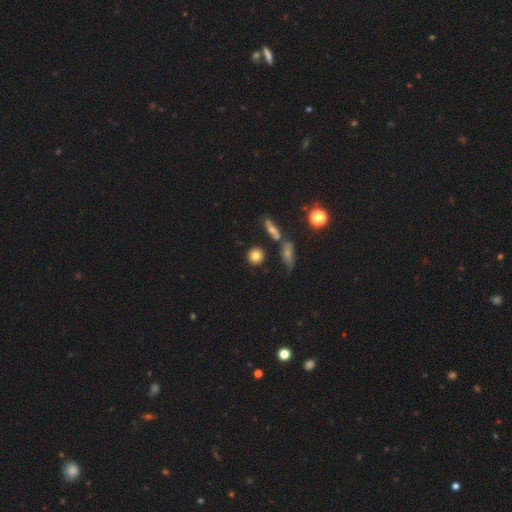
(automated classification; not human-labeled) This is likely a smooth galaxy (78%). How rounded: clearly round (82%). Merging: likely none (78%).